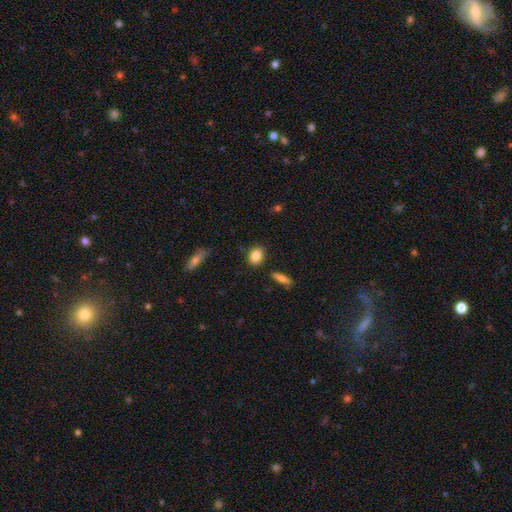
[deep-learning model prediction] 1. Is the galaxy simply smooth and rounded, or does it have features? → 85% smooth, 8% star or artifact, 7% featured or disk.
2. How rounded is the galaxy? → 62% in between, 35% round, 3% cigar-shaped.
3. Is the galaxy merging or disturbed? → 83% none, 12% minor disturbance, 3% merger, 3% major disturbance.